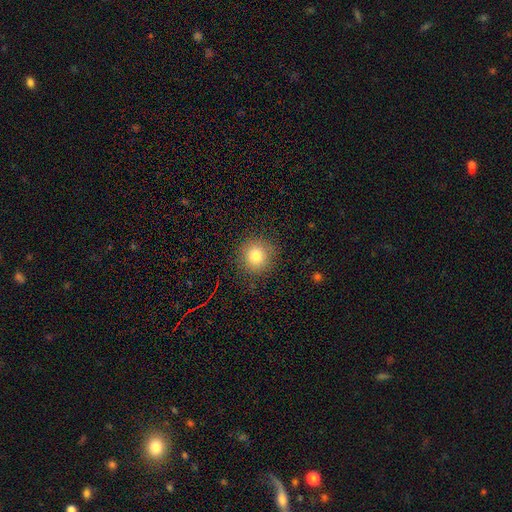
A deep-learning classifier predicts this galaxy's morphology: smooth_or_featured: smooth (p=0.80) [alt: star or artifact p=0.12]
how_rounded: round (p=0.91) [alt: in between p=0.08]
merging: none (p=0.88) [alt: minor disturbance p=0.08]